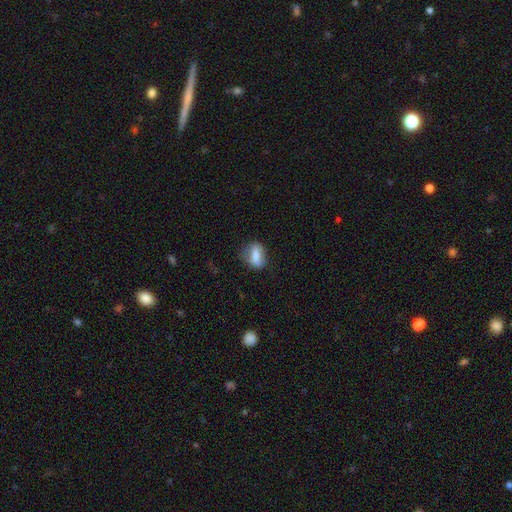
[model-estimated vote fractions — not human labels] Smooth or featured: smooth — 72% (featured or disk — 19%)
How rounded: in between — 71% (round — 21%)
Merging: none — 66% (minor disturbance — 24%)